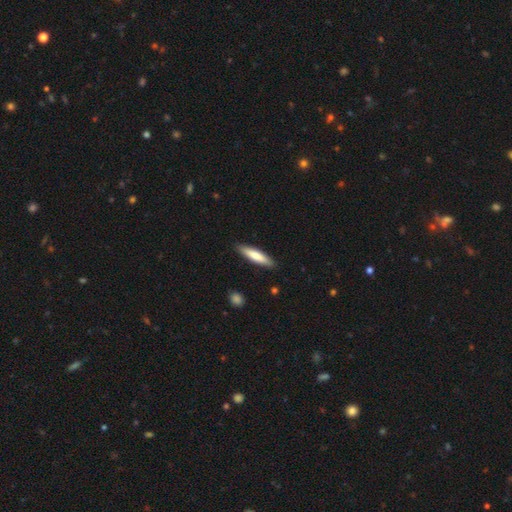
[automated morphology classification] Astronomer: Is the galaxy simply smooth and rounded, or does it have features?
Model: smooth — 73%.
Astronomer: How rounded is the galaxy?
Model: cigar-shaped — 79%.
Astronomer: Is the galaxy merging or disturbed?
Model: none — 89%.